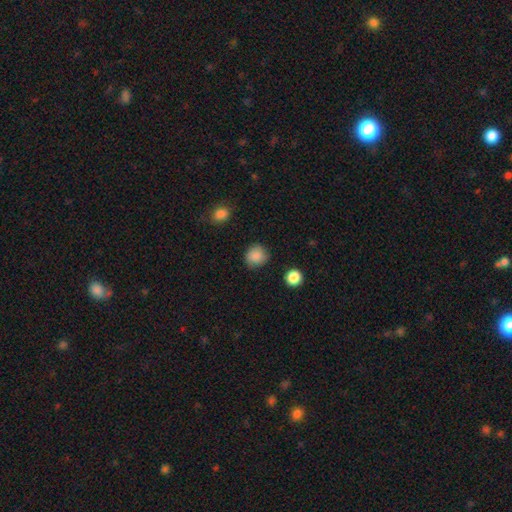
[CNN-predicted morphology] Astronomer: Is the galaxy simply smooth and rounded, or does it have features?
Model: smooth — 86%.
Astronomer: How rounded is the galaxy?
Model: round — 86%.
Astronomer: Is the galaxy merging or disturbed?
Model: none — 81%.